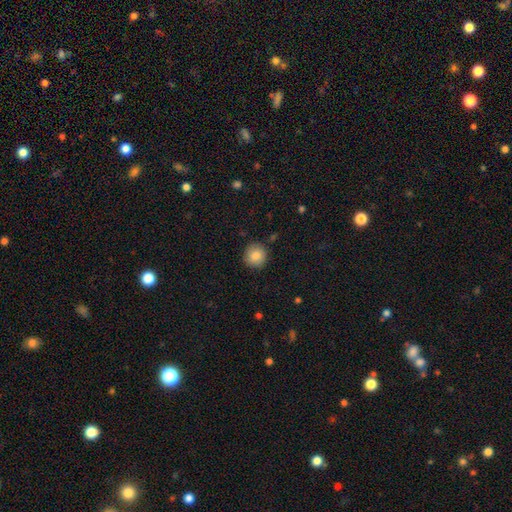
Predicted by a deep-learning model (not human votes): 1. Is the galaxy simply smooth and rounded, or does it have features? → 85% smooth, 9% star or artifact, 6% featured or disk.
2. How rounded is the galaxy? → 92% round, 7% in between, 1% cigar-shaped.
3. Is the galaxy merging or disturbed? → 89% none, 8% minor disturbance, 2% major disturbance, 1% merger.